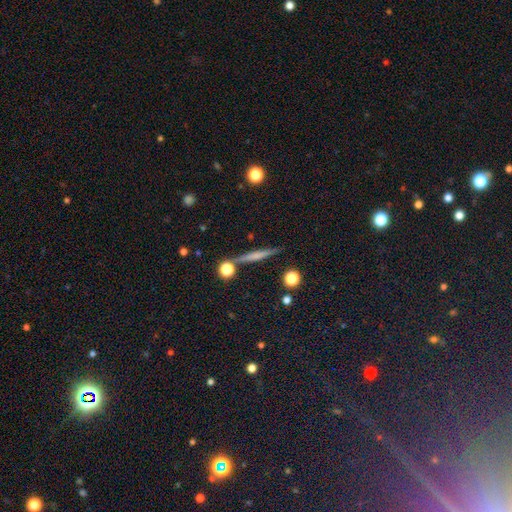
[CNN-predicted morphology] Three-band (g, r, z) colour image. It shows a featured or disk galaxy (48%). Merging: none (82%).